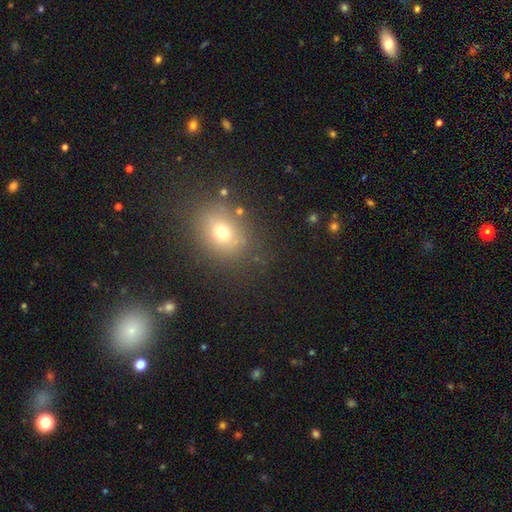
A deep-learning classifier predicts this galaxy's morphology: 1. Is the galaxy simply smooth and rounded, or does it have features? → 62% smooth, 27% star or artifact, 11% featured or disk.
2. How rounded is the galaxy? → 51% round, 47% in between, 2% cigar-shaped.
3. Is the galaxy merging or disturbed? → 83% none, 9% minor disturbance, 4% merger, 4% major disturbance.